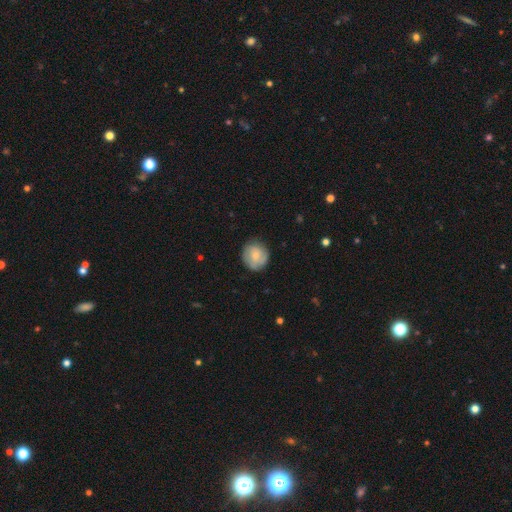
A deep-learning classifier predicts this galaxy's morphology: Smooth or featured? Predicted: smooth (p=0.65). How rounded? Predicted: round (p=0.86). Merging? Predicted: none (p=0.80).